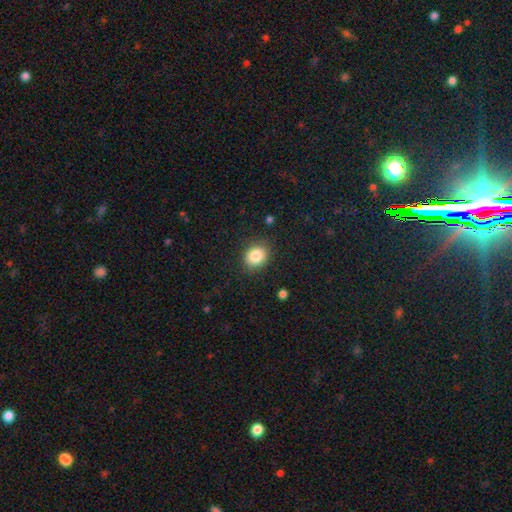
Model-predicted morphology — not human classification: Smooth or featured? smooth (85%)
How rounded? round (65%)
Merging? none (86%)